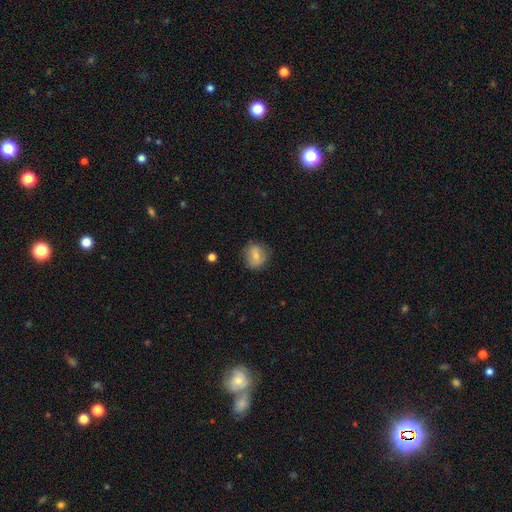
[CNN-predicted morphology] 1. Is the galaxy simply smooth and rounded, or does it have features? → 69% smooth, 23% featured or disk, 9% star or artifact.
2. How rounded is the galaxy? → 76% round, 23% in between, 1% cigar-shaped.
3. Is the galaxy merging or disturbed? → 75% none, 18% minor disturbance, 5% major disturbance, 1% merger.